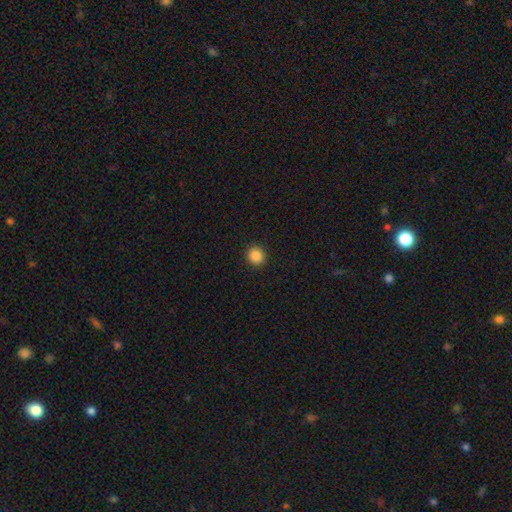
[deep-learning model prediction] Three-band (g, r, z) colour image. It shows a smooth galaxy with no disk features (87%) that is round (90%). Merging: none (92%).